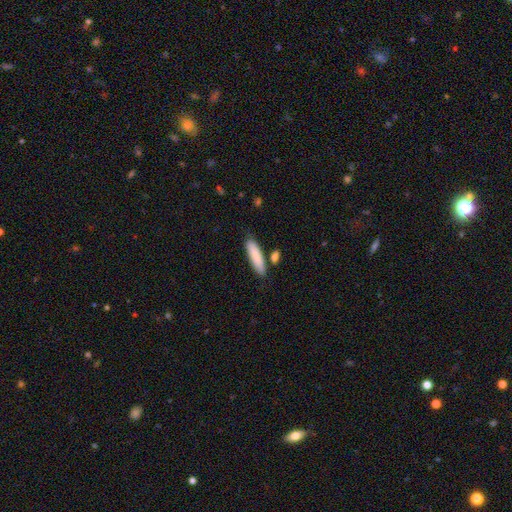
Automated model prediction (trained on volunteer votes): Q: Smooth or featured?
A: smooth (86%); runner-up: featured or disk (9%)
Q: How rounded?
A: cigar-shaped (65%); runner-up: in between (33%)
Q: Merging?
A: none (80%); runner-up: minor disturbance (11%)